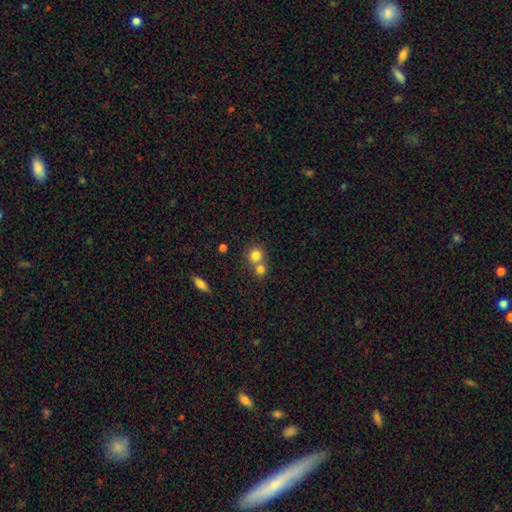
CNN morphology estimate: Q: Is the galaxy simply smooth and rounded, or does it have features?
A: smooth — 80%.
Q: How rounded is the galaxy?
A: round — 87%.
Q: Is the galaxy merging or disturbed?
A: merger — 47%.